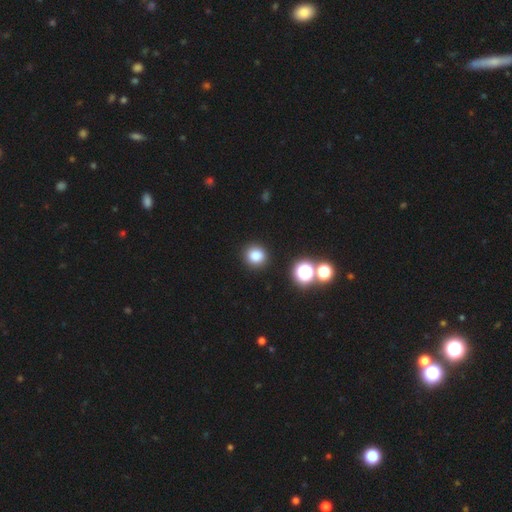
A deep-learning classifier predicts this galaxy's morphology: The model was most divided on "smooth or featured": smooth: 82%, star or artifact: 14%, featured or disk: 4%. More confident: merging — none (89%); how rounded — round (85%).